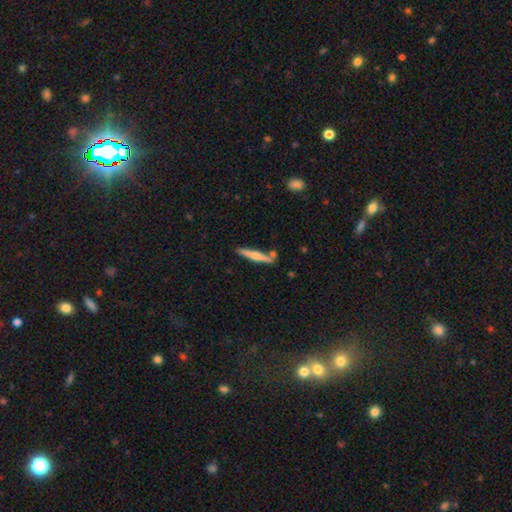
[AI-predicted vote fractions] Morphology: type=smooth (51%); roundness=cigar-shaped (93%); merging=none (74%).